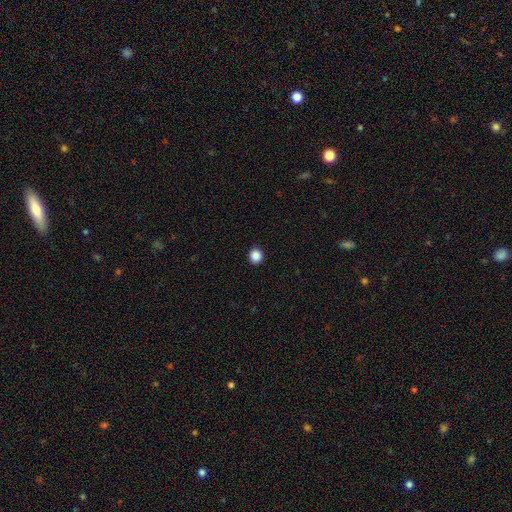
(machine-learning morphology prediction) smooth 88%, star or artifact 10%, featured or disk 2%. Down the decision tree: how rounded — round (88%); merging — none (93%).